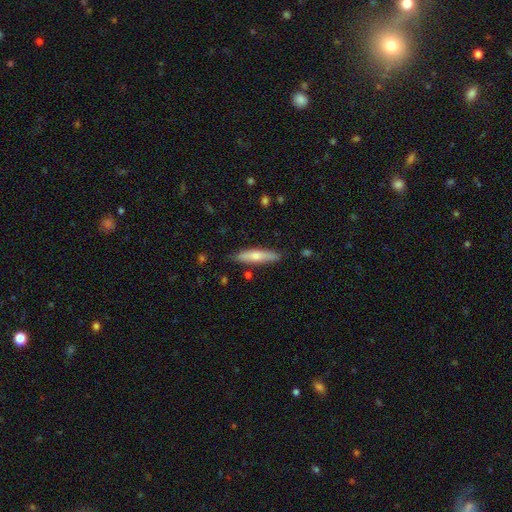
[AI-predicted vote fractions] smooth_or_featured: smooth (p=0.59) [alt: featured or disk p=0.35]
how_rounded: cigar-shaped (p=0.79) [alt: in between p=0.19]
merging: none (p=0.85) [alt: minor disturbance p=0.11]